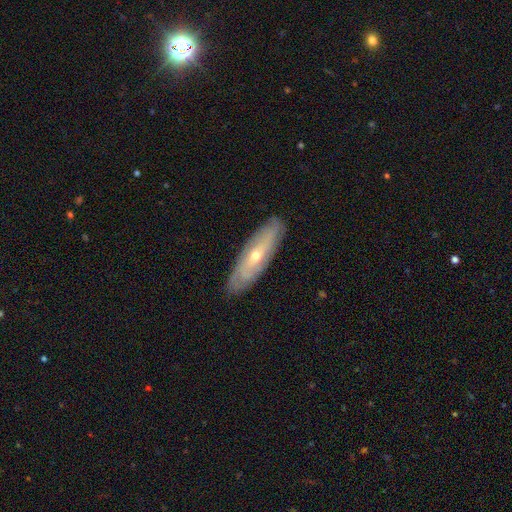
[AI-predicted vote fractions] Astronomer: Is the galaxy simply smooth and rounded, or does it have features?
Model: featured or disk — 68%.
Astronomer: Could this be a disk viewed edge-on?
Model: no — 68%.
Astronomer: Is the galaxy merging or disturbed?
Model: none — 86%.